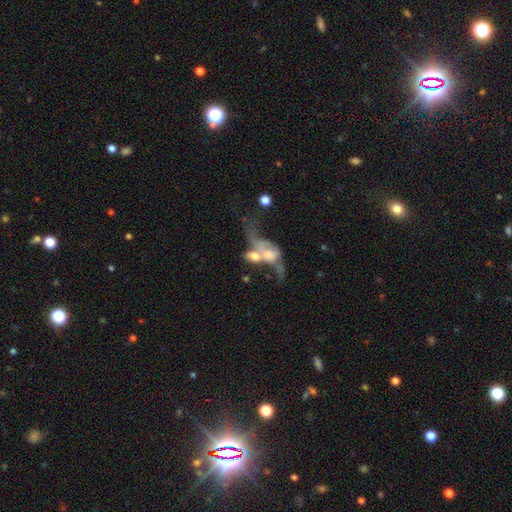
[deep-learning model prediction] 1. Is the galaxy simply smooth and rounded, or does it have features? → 62% featured or disk, 28% smooth, 11% star or artifact.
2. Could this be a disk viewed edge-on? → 89% no, 11% yes.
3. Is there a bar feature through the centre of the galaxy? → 71% no, 22% weak, 7% strong.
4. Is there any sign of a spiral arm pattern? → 57% yes, 43% no.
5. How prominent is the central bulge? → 33% moderate, 25% none, 22% small, 17% large, 4% dominant.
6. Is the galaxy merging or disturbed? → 63% merger, 20% major disturbance, 11% none, 6% minor disturbance.